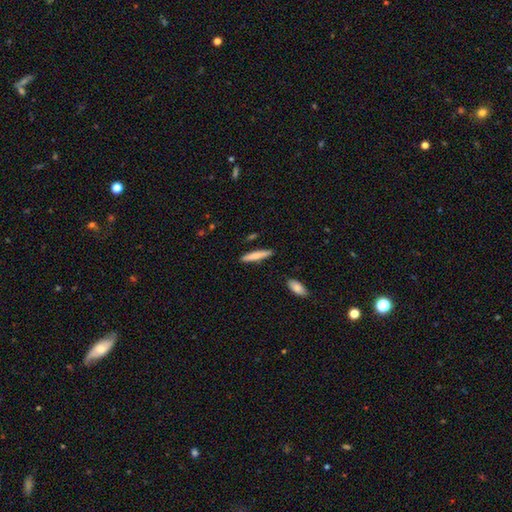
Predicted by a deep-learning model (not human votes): Smooth or featured? smooth (71%)
How rounded? cigar-shaped (89%)
Merging? none (88%)